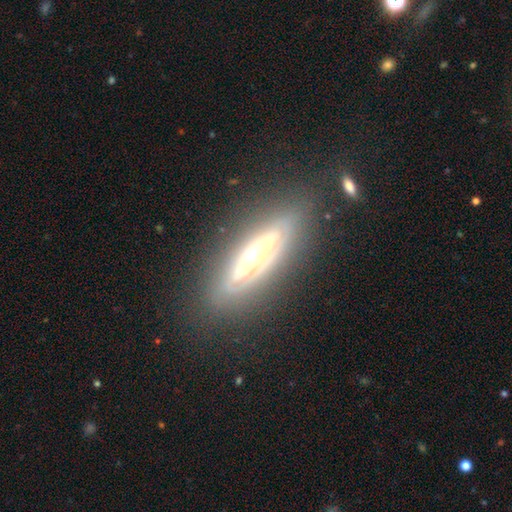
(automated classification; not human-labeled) smooth-or-featured: featured or disk: 75% | smooth: 18% | star or artifact: 7%
  disk-edge-on: yes: 87% | no: 13%
    edge-on-bulge: rounded: 68% | none: 16% | boxy: 16%
  merging: none: 83% | minor disturbance: 11% | major disturbance: 4% | merger: 2%